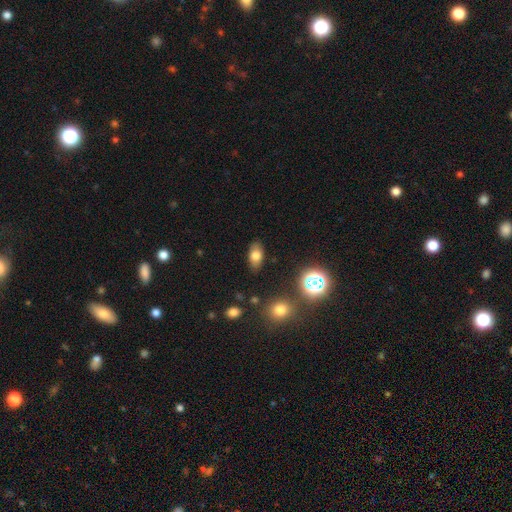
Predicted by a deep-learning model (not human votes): A smooth galaxy with no disk features (74%) that is in between round and cigar-shaped (88%).

Vote fractions:
- Smooth or featured? smooth: 74% / featured or disk: 14% / star or artifact: 12%
- How rounded? in between: 88% / round: 9% / cigar-shaped: 3%
- Merging? none: 85% / minor disturbance: 11% / major disturbance: 3% / merger: 2%